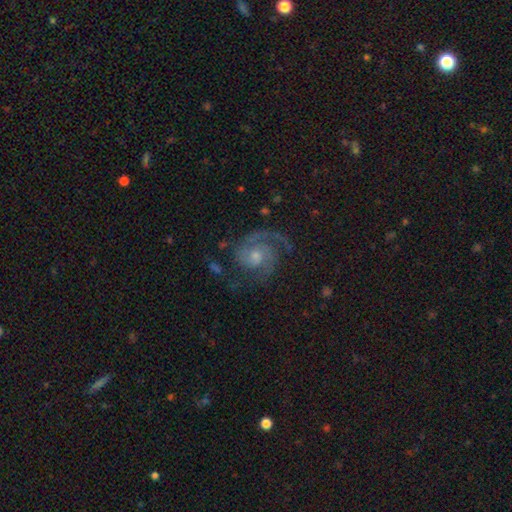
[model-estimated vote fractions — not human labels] A featured or disk galaxy (87%) with no bar (68%), 2 (63%) medium (46%) spiral arms (97%) and a moderate central bulge (48%). Merging: none (65%).